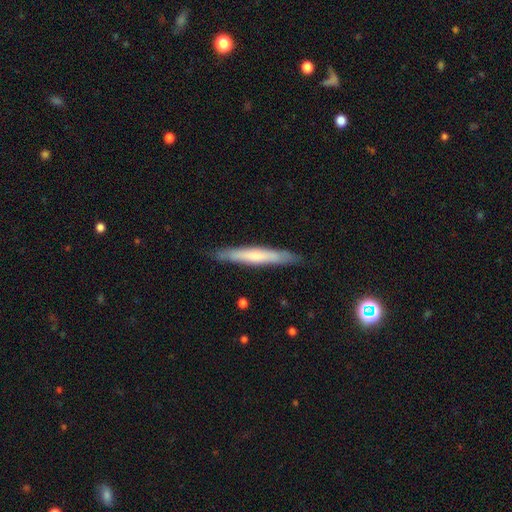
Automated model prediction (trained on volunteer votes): Smooth or featured? Predicted: smooth (p=0.55). How rounded? Predicted: cigar-shaped (p=0.94). Merging? Predicted: none (p=0.86).